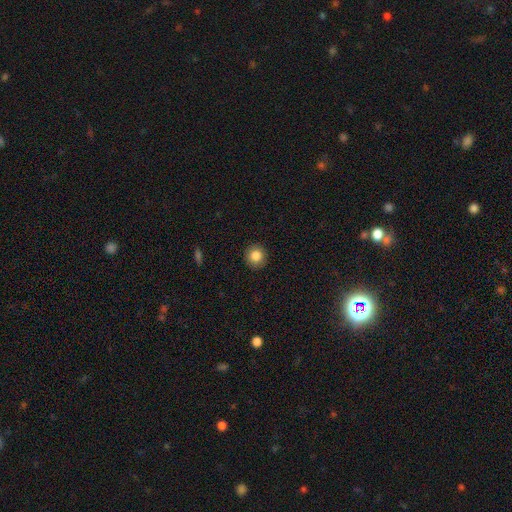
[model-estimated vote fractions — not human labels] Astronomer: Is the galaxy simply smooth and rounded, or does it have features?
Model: smooth — 85%.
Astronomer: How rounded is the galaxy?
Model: round — 91%.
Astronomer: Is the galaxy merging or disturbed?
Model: none — 92%.